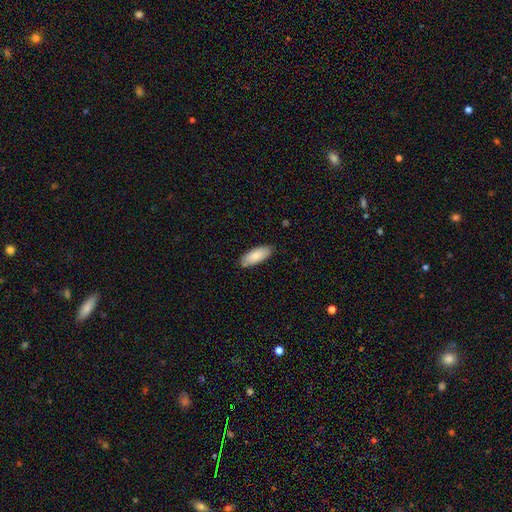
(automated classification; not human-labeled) Q: Smooth or featured?
A: smooth (84%); runner-up: featured or disk (10%)
Q: How rounded?
A: in between (82%); runner-up: cigar-shaped (17%)
Q: Merging?
A: none (86%); runner-up: minor disturbance (11%)